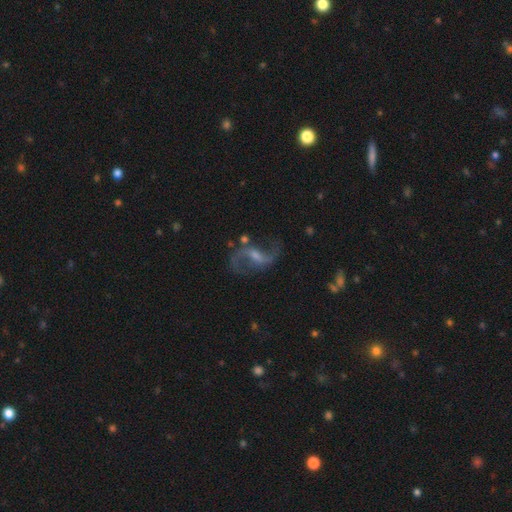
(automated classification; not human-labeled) smooth-or-featured: featured or disk: 86% | star or artifact: 8% | smooth: 6%
  disk-edge-on: no: 97% | yes: 3%
    bar: weak: 53% | no: 25% | strong: 22%
    has-spiral-arms: yes: 95% | no: 5%
      spiral-winding: loose: 73% | medium: 22% | tight: 4%
      spiral-arm-count: 2: 92% | can't tell: 2% | 1: 2% | 3: 1% | 4: 1% | more than 4: 1%
    bulge-size: small: 44% | moderate: 34% | none: 16% | large: 4% | dominant: 1%
  merging: none: 70% | minor disturbance: 15% | major disturbance: 11% | merger: 4%